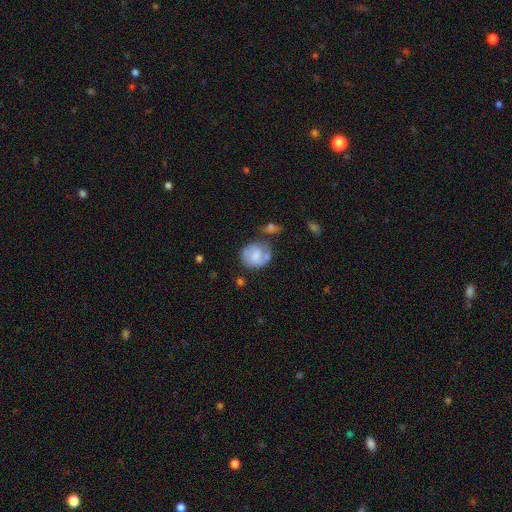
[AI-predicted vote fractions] This appears to be a smooth galaxy with no disk features (54%) that is round (75%). Merging: none (50%).